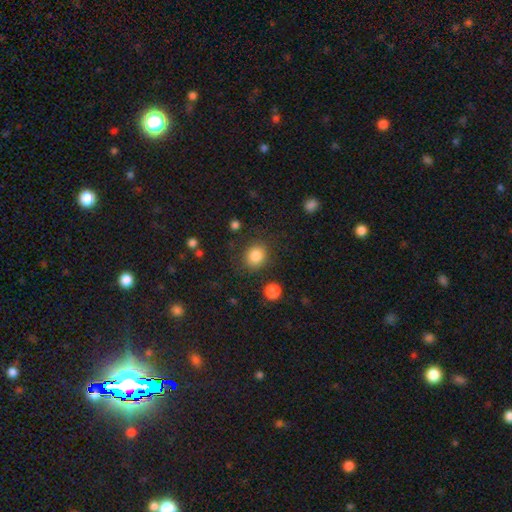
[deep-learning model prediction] smooth_or_featured: smooth (p=0.85) [alt: star or artifact p=0.10]
how_rounded: round (p=0.69) [alt: in between p=0.30]
merging: none (p=0.83) [alt: minor disturbance p=0.10]